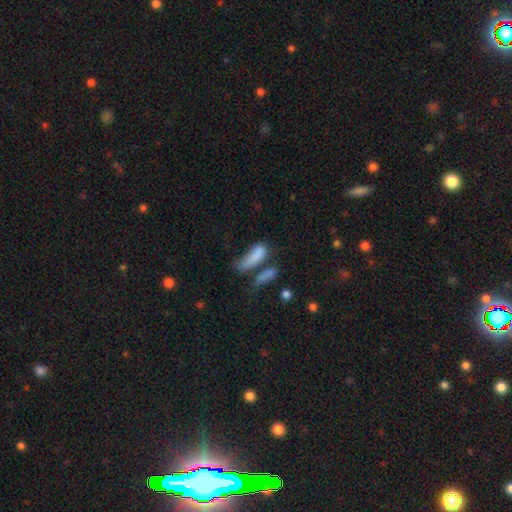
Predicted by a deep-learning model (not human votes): This is likely a smooth galaxy (77%). How rounded: possibly in between (53%). Merging: marginally merger (34%).